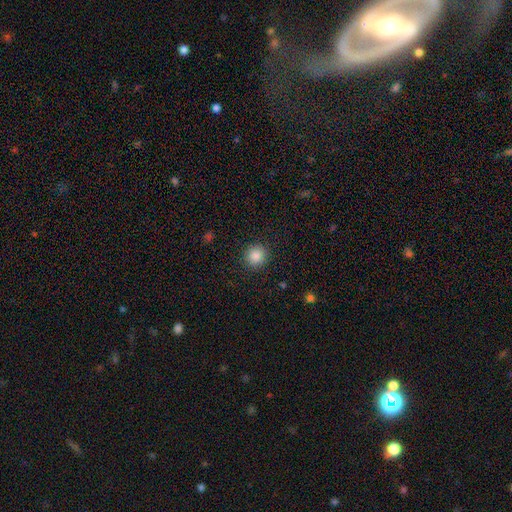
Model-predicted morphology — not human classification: Smooth or featured? smooth (87%)
How rounded? round (92%)
Merging? none (91%)